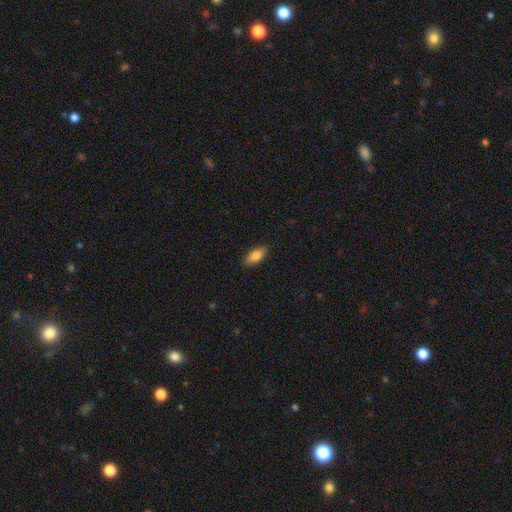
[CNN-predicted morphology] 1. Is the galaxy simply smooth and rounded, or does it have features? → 84% smooth, 9% featured or disk, 7% star or artifact.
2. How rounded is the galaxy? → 84% in between, 13% cigar-shaped, 3% round.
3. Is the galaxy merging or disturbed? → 88% none, 9% minor disturbance, 2% major disturbance, 1% merger.